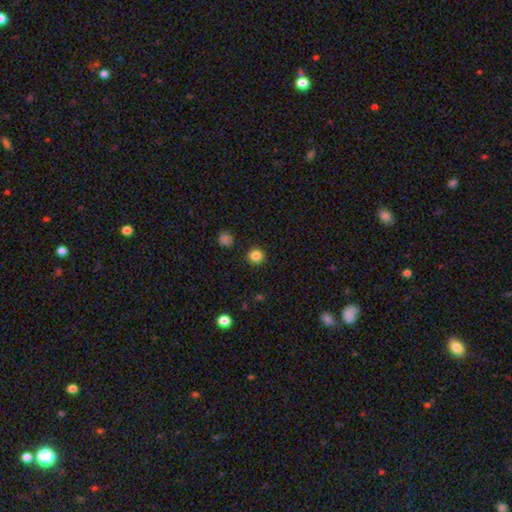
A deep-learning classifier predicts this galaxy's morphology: Overall: smooth (84%). How rounded: round (93%). Merging: none (92%).